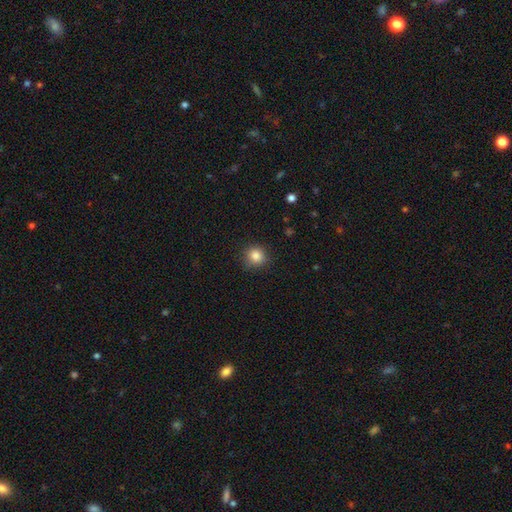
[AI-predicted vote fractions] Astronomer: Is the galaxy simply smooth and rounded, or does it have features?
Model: smooth — 84%.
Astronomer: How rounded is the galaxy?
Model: round — 91%.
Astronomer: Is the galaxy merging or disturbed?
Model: none — 87%.